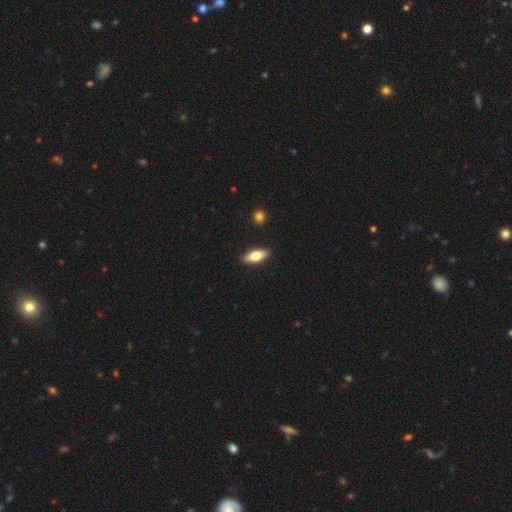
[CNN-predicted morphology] Smooth or featured: smooth — 65% (featured or disk — 28%)
How rounded: in between — 74% (cigar-shaped — 23%)
Merging: none — 89% (minor disturbance — 8%)